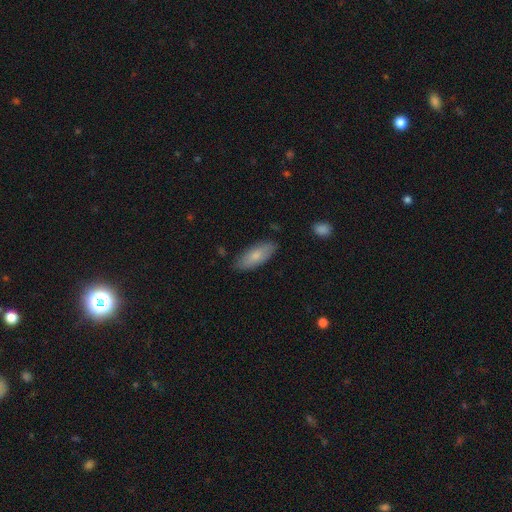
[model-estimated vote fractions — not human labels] A smooth galaxy with no disk features (77%) that is in between round and cigar-shaped (79%).

Vote fractions:
- Smooth or featured? smooth: 77% / featured or disk: 17% / star or artifact: 6%
- How rounded? in between: 79% / cigar-shaped: 19% / round: 2%
- Merging? none: 82% / minor disturbance: 14% / major disturbance: 2% / merger: 1%